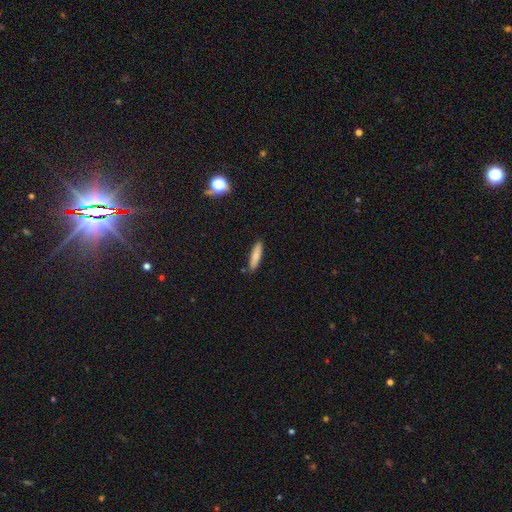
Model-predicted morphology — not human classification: smooth 79%, featured or disk 14%, star or artifact 7%. Down the decision tree: how rounded — cigar-shaped (79%); merging — none (88%).